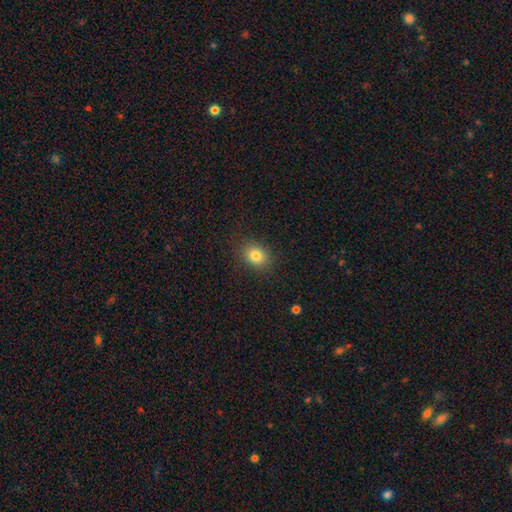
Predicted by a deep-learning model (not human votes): smooth-or-featured: smooth: 81% | star or artifact: 12% | featured or disk: 7%
  how-rounded: in between: 50% (tied) | round: 50% (tied) | cigar-shaped: 1%
  merging: none: 88% | minor disturbance: 8% | major disturbance: 3% | merger: 1%